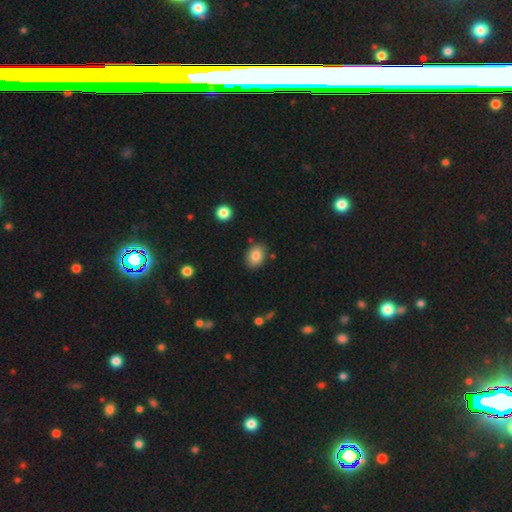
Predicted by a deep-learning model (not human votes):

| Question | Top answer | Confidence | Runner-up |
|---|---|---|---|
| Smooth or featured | smooth | 84% | star or artifact (9%) |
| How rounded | in between | 70% | round (29%) |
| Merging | none | 84% | minor disturbance (11%) |